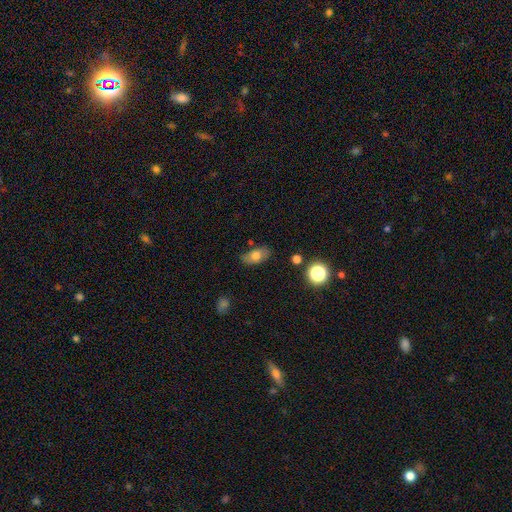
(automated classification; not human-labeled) Overall: smooth (71%). How rounded: in between (88%). Merging: none (74%).